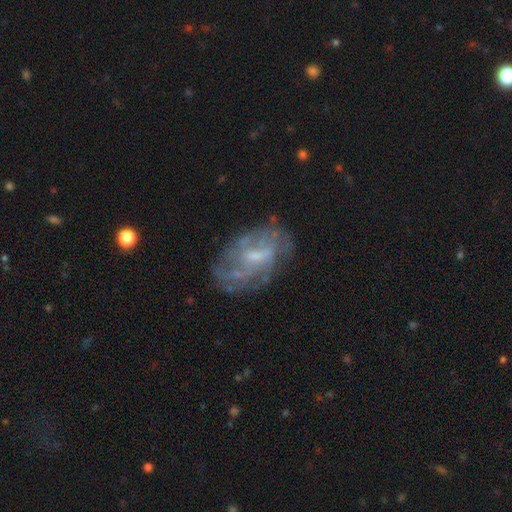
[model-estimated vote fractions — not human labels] A featured or disk galaxy (73%) with a weak bar (51%), spiral arms (68%) and a small central bulge (52%). Merging: none (62%).